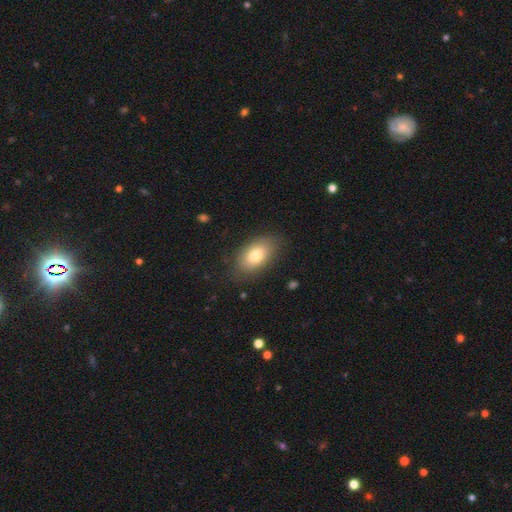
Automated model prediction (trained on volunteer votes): Smooth or featured?
  - smooth: 77% *
  - featured or disk: 15%
  - star or artifact: 8%
How rounded?
  - in between: 90% *
  - round: 8%
  - cigar-shaped: 2%
Merging?
  - none: 82% *
  - minor disturbance: 13%
  - major disturbance: 4%
  - merger: 1%